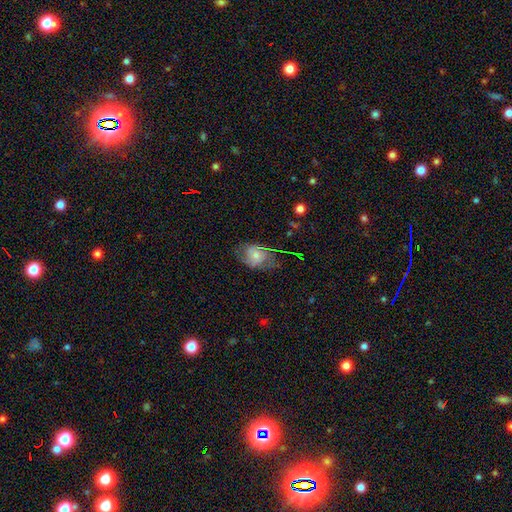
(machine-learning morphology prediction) The model was most divided on "smooth or featured": smooth: 47%, featured or disk: 44%, star or artifact: 9%. More confident: merging — none (53%).